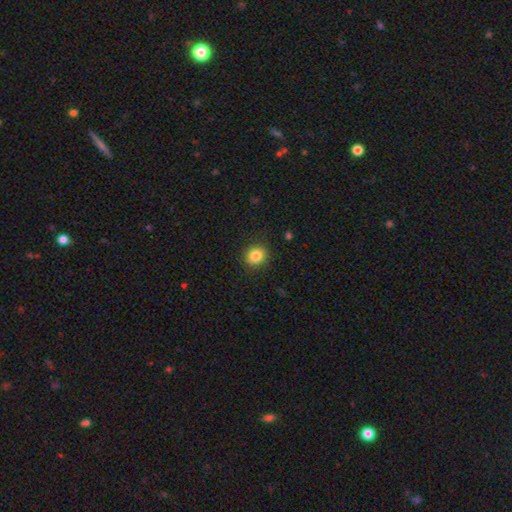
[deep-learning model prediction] Smooth or featured?
  - smooth: 84% *
  - star or artifact: 10%
  - featured or disk: 6%
How rounded?
  - round: 77% *
  - in between: 22%
  - cigar-shaped: 1%
Merging?
  - none: 89% *
  - minor disturbance: 7%
  - major disturbance: 2%
  - merger: 1%